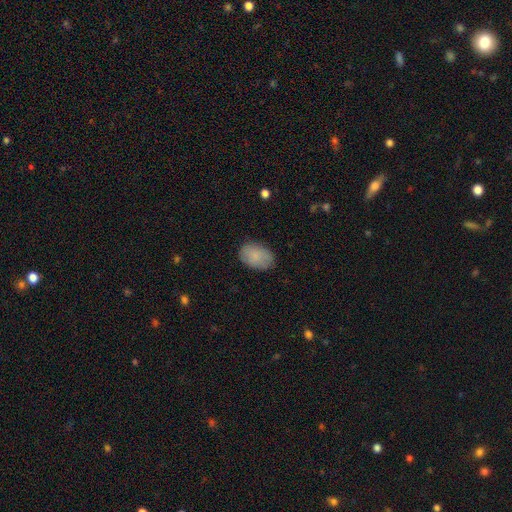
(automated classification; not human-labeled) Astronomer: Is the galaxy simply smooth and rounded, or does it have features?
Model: smooth — 85%.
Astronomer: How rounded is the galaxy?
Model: in between — 85%.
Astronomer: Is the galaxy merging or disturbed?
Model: none — 81%.